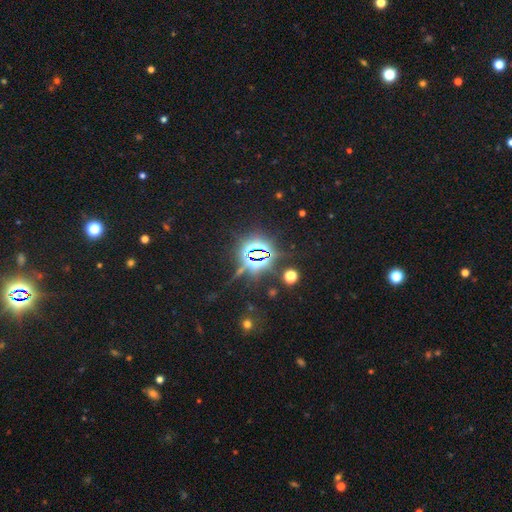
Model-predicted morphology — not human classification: star or artifact 80%, smooth 11%, featured or disk 9%.